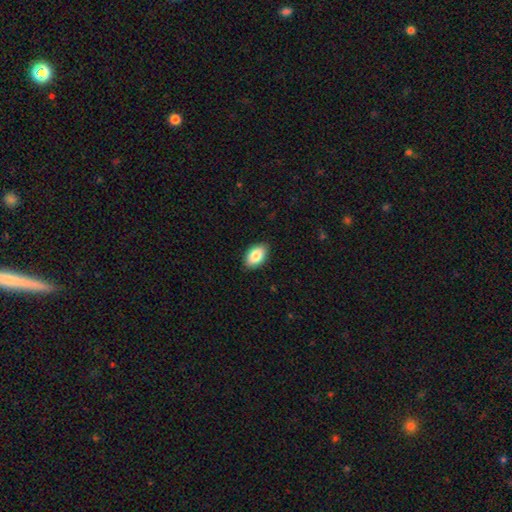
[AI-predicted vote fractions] Smooth or featured? smooth (86%)
How rounded? in between (93%)
Merging? none (89%)